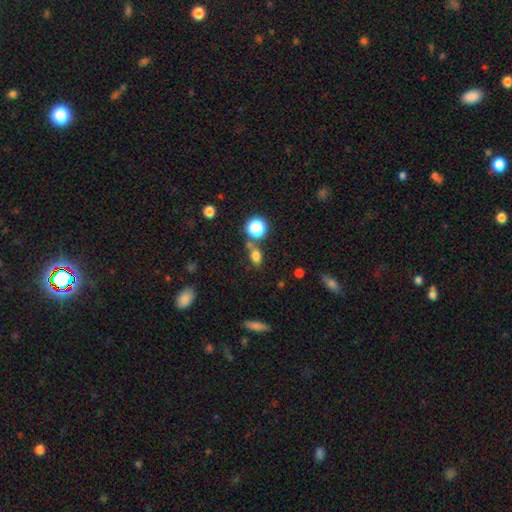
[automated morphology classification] smooth 75%, star or artifact 17%, featured or disk 8%. Down the decision tree: how rounded — in between (72%); merging — none (67%).